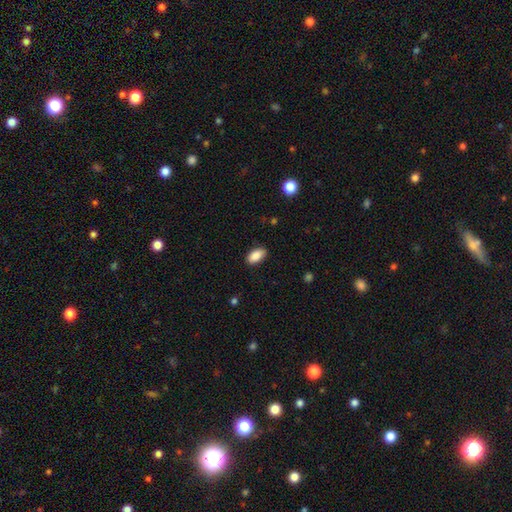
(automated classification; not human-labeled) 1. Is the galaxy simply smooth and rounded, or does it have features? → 88% smooth, 7% star or artifact, 5% featured or disk.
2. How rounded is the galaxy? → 93% in between, 4% cigar-shaped, 3% round.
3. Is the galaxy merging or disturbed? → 87% none, 10% minor disturbance, 2% major disturbance, 1% merger.